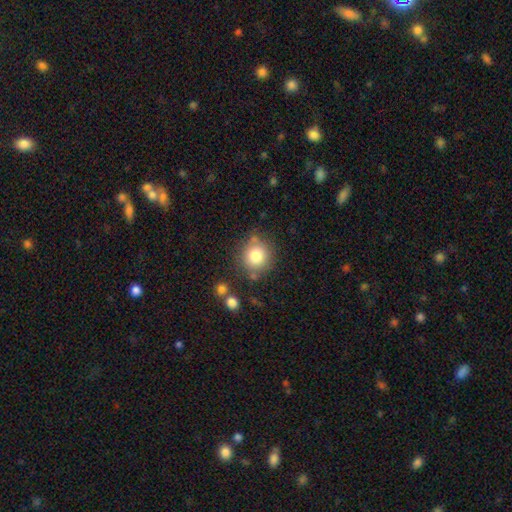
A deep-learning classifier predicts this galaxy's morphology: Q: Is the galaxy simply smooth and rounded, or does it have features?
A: smooth — 81%.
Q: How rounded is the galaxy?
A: round — 90%.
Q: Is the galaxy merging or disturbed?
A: none — 76%.